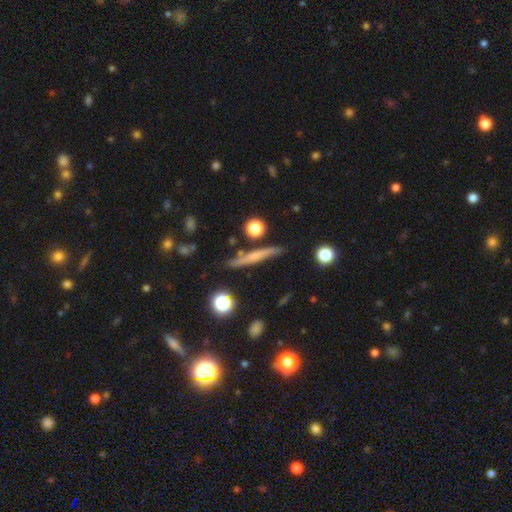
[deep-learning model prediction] Morphology: type=featured or disk (46%, tied with smooth); merging=none (85%).